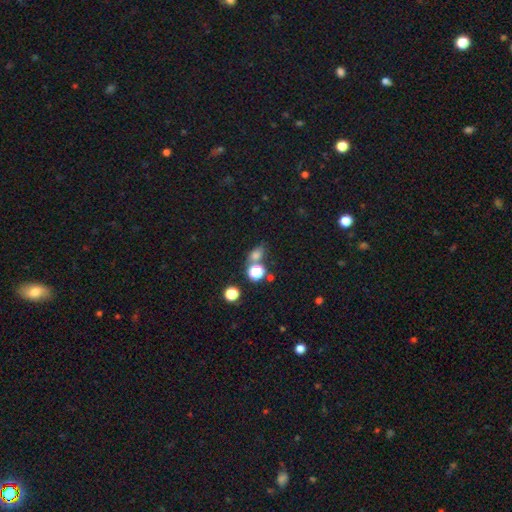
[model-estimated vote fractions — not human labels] Smooth or featured? Predicted: smooth (p=0.68). How rounded? Predicted: in between (p=0.55). Merging? Predicted: none (p=0.57).